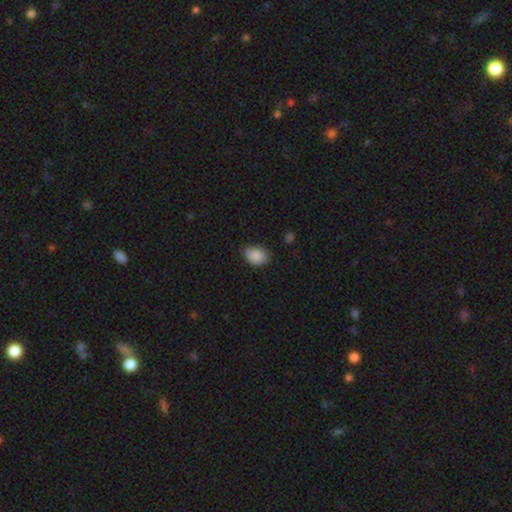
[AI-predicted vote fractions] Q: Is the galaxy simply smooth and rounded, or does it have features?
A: smooth — 89%.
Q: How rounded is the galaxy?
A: in between — 76%.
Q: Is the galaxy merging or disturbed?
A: none — 78%.